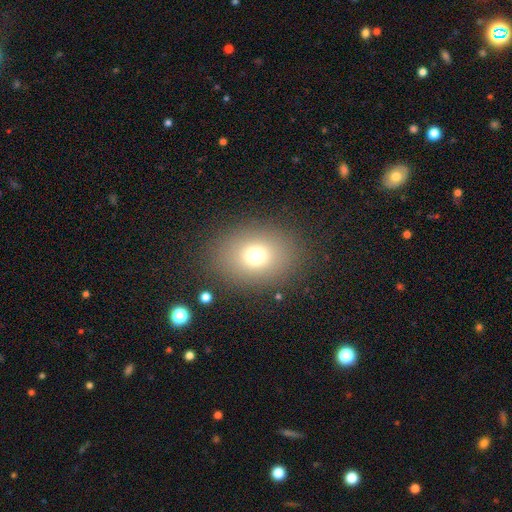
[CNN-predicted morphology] smooth_or_featured: smooth (p=0.72) [alt: star or artifact p=0.16]
how_rounded: in between (p=0.50) [alt: round p=0.49]
merging: none (p=0.85) [alt: minor disturbance p=0.08]